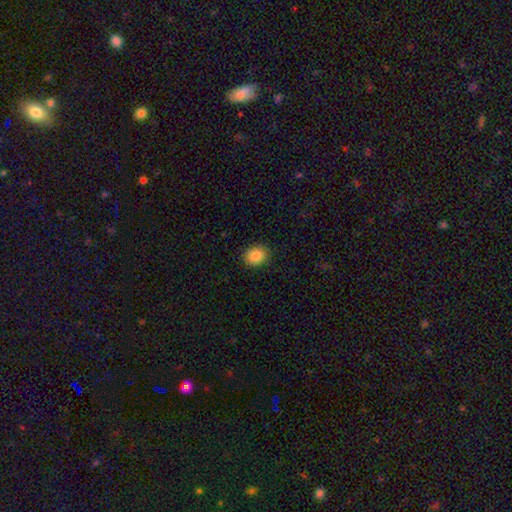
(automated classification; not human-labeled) smooth-or-featured: smooth: 87% | star or artifact: 8% | featured or disk: 4%
  how-rounded: round: 51% | in between: 48% | cigar-shaped: 1%
  merging: none: 89% | minor disturbance: 8% | major disturbance: 2% | merger: 1%